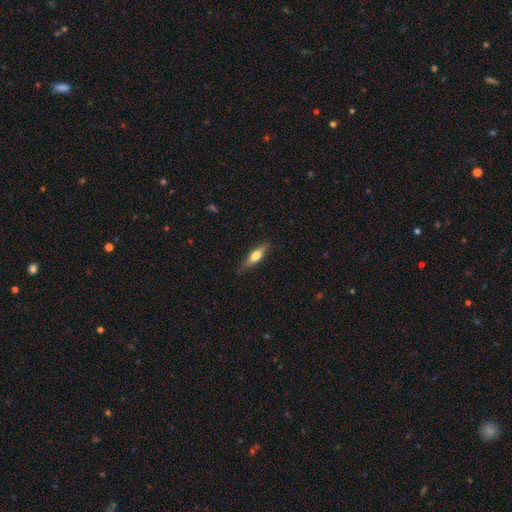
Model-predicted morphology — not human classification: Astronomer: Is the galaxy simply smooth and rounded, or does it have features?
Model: smooth — 61%.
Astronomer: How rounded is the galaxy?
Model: cigar-shaped — 61% (runner-up: in between, 36%).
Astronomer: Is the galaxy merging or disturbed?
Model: none — 82%.